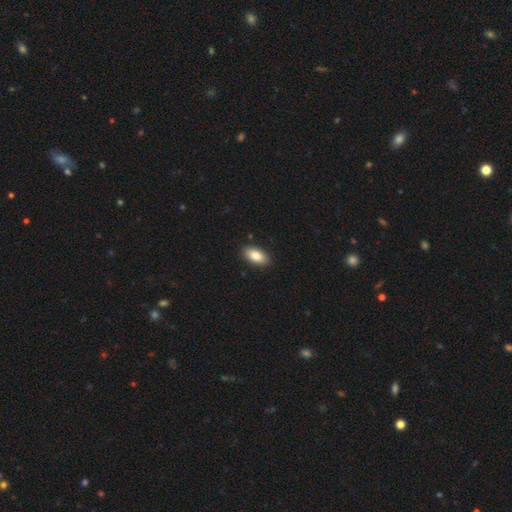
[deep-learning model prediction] smooth_or_featured: smooth (p=0.85) [alt: featured or disk p=0.08]
how_rounded: in between (p=0.93) [alt: cigar-shaped p=0.05]
merging: none (p=0.90) [alt: minor disturbance p=0.08]